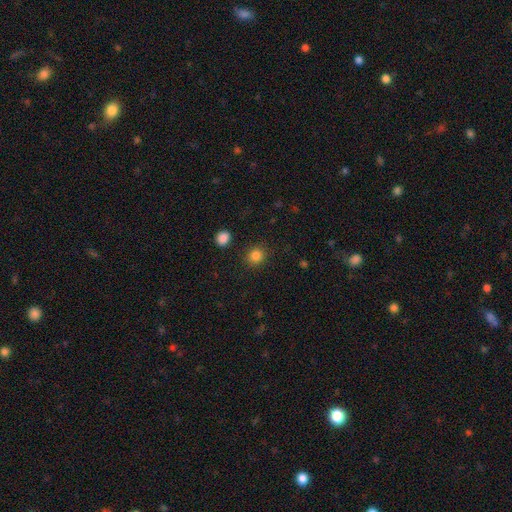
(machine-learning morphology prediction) smooth-or-featured: smooth: 84% | star or artifact: 12% | featured or disk: 4%
  how-rounded: round: 85% | in between: 14% | cigar-shaped: 1%
  merging: none: 89% | minor disturbance: 7% | major disturbance: 3% | merger: 2%